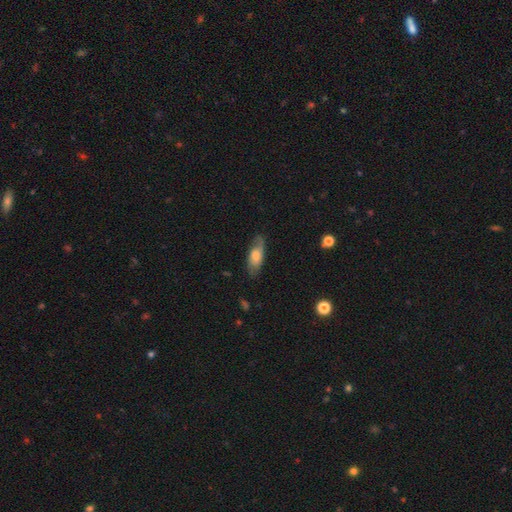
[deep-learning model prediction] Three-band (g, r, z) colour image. It shows a smooth galaxy with no disk features (49%). Merging: none (69%).